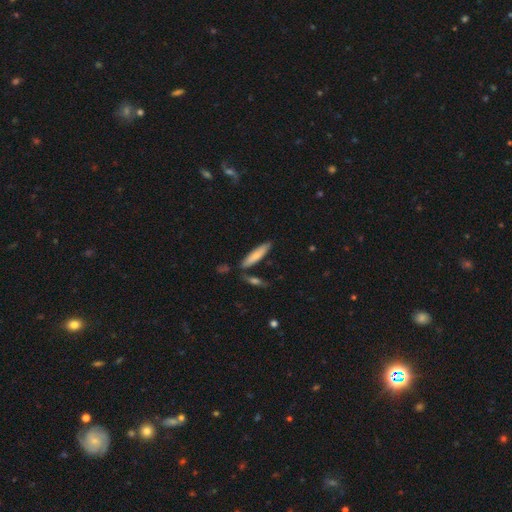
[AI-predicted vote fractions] The model was most divided on "smooth or featured": smooth: 74%, featured or disk: 21%, star or artifact: 6%. More confident: merging — none (78%); how rounded — cigar-shaped (78%).